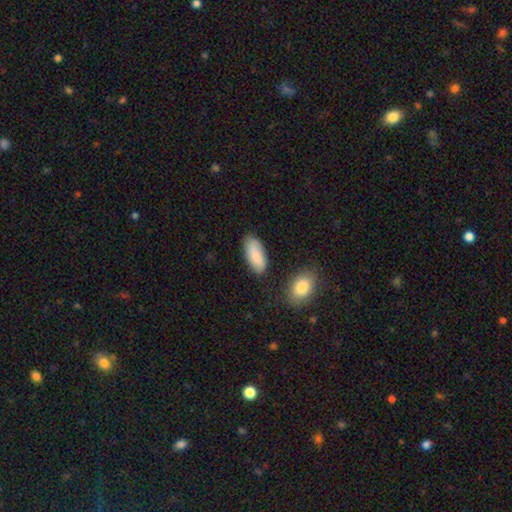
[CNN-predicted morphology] Overall: smooth (83%). How rounded: in between (87%). Merging: none (78%).